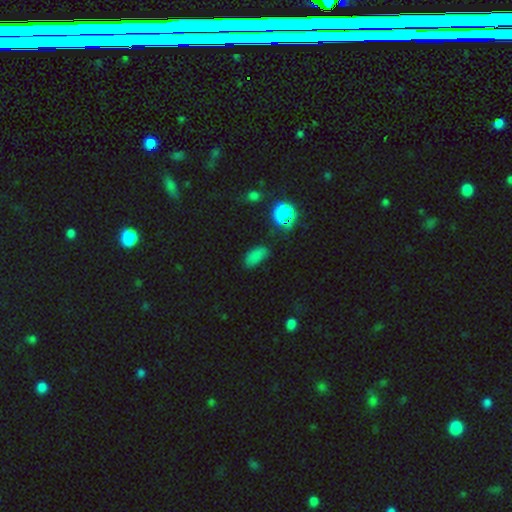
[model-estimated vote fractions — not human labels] Morphology: type=smooth (72%); roundness=in between (88%); merging=none (67%).